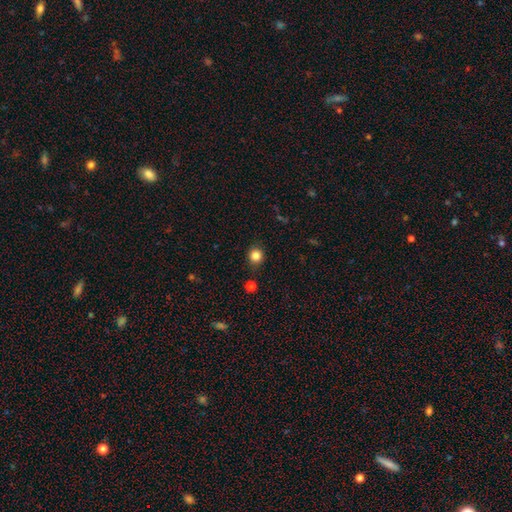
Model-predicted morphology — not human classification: This appears to be a smooth galaxy with no disk features (84%) that is round (86%). Merging: none (86%).